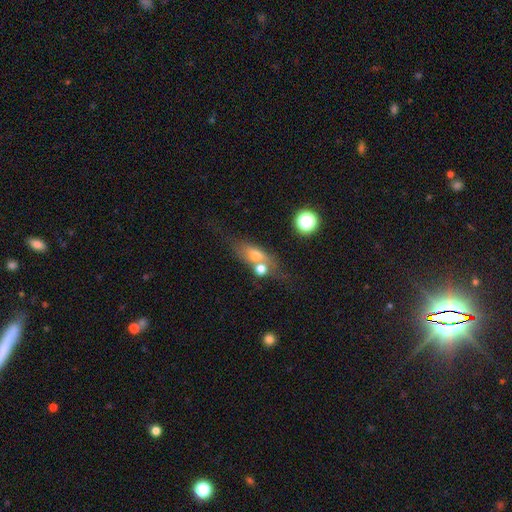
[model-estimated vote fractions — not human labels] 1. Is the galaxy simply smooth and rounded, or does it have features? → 60% smooth, 27% featured or disk, 12% star or artifact.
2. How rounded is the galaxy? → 58% in between, 26% round, 15% cigar-shaped.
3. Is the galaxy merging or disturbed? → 42% merger, 36% none, 13% minor disturbance, 9% major disturbance.